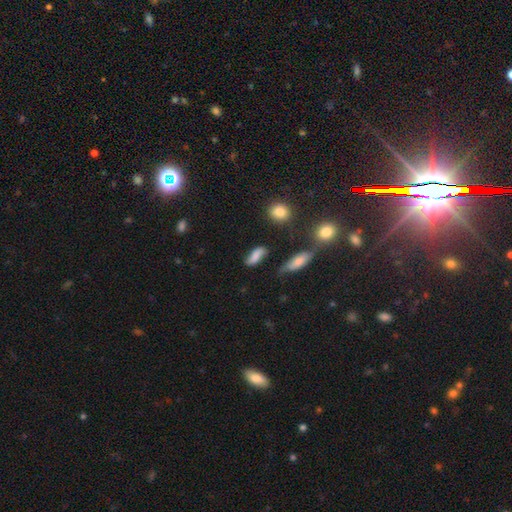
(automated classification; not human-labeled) smooth-or-featured: smooth: 71% | featured or disk: 20% | star or artifact: 10%
  how-rounded: in between: 75% | cigar-shaped: 20% | round: 5%
  merging: none: 64% | minor disturbance: 24% | major disturbance: 7% | merger: 5%